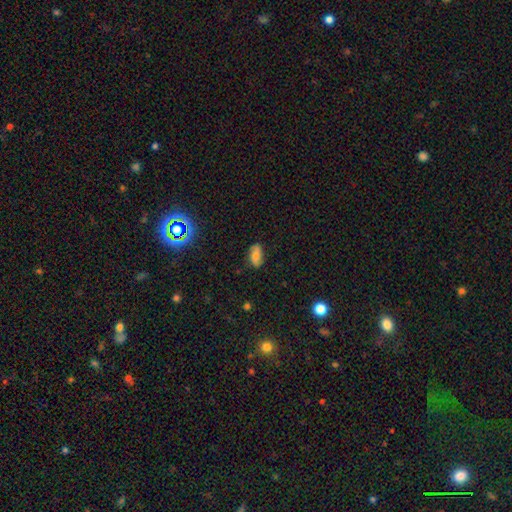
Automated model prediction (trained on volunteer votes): Q: Smooth or featured?
A: smooth (57%); runner-up: featured or disk (31%)
Q: How rounded?
A: in between (90%); runner-up: round (6%)
Q: Merging?
A: none (78%); runner-up: minor disturbance (17%)